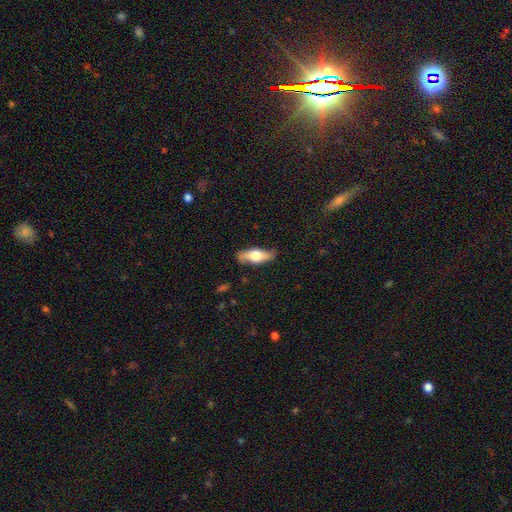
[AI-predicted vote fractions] Q: Smooth or featured?
A: smooth (53%); runner-up: featured or disk (41%)
Q: How rounded?
A: in between (58%); runner-up: cigar-shaped (39%)
Q: Merging?
A: none (81%); runner-up: minor disturbance (15%)